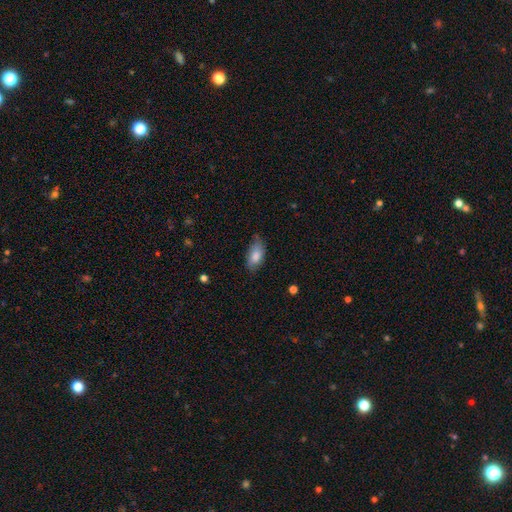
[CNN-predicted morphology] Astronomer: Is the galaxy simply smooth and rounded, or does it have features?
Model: smooth — 81%.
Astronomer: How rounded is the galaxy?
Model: in between — 90%.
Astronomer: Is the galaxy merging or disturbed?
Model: none — 67%.